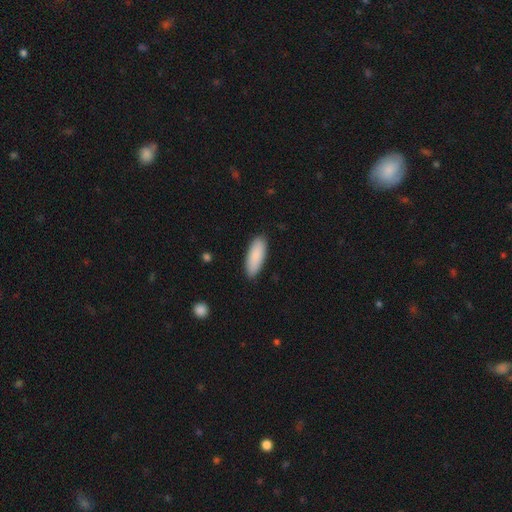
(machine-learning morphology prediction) A smooth galaxy with no disk features (89%) that is in between round and cigar-shaped (68%).

Vote fractions:
- Smooth or featured? smooth: 89% / featured or disk: 6% / star or artifact: 5%
- How rounded? in between: 68% / cigar-shaped: 31% / round: 2%
- Merging? none: 87% / minor disturbance: 10% / major disturbance: 2% / merger: 1%